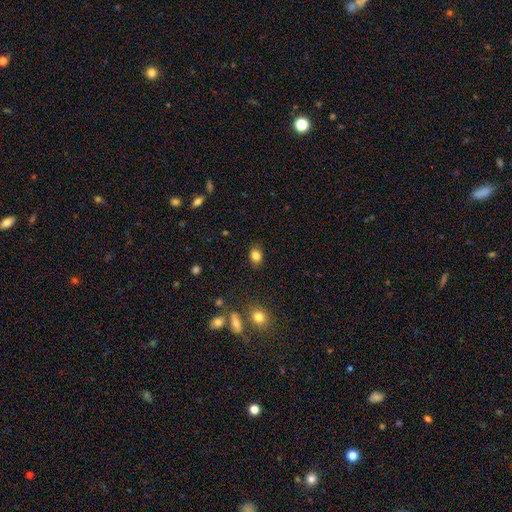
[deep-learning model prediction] Overall: smooth (83%). How rounded: in between (63%; round 35%). Merging: none (84%).